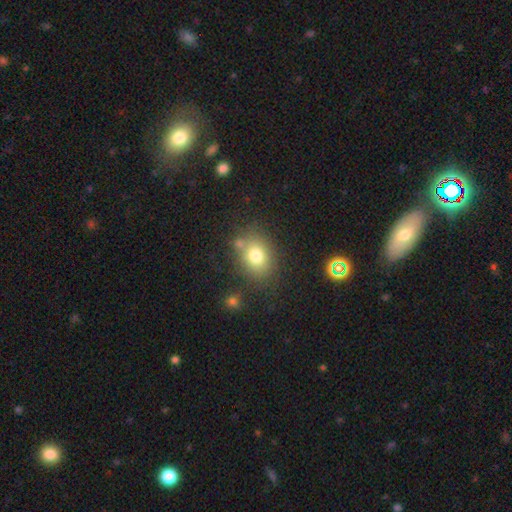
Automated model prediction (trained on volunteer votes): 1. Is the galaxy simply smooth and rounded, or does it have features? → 77% smooth, 12% star or artifact, 11% featured or disk.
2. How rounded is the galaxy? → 51% in between, 48% round, 1% cigar-shaped.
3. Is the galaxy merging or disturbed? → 72% none, 14% minor disturbance, 9% merger, 5% major disturbance.